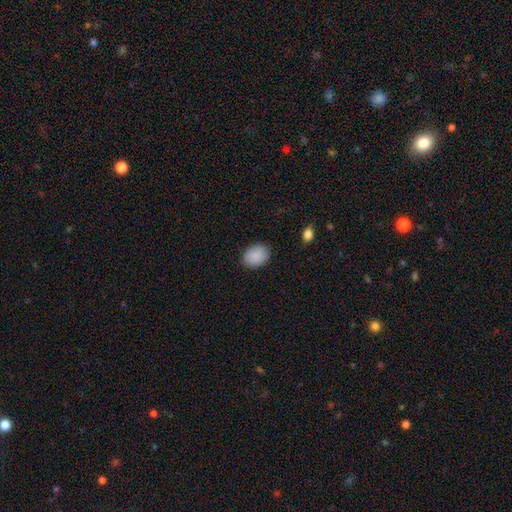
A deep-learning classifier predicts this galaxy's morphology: Smooth or featured? smooth (89%)
How rounded? in between (72%)
Merging? none (86%)